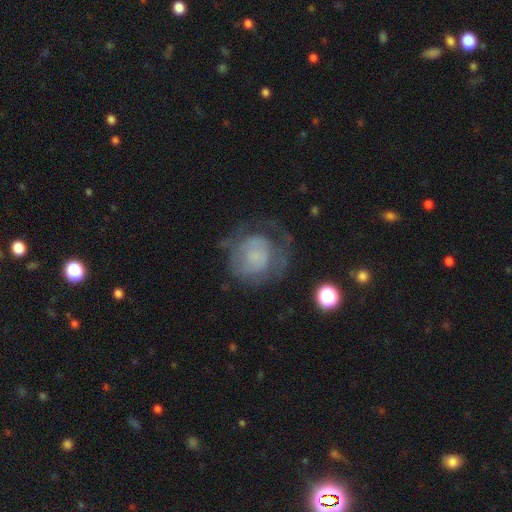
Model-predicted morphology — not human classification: A featured or disk galaxy (51%).

Vote fractions:
- Smooth or featured? featured or disk: 51% / smooth: 38% / star or artifact: 11%
- Edge-on disk? no: 98% / yes: 2%
- Merging? none: 49% / major disturbance: 28% / minor disturbance: 21% / merger: 2%